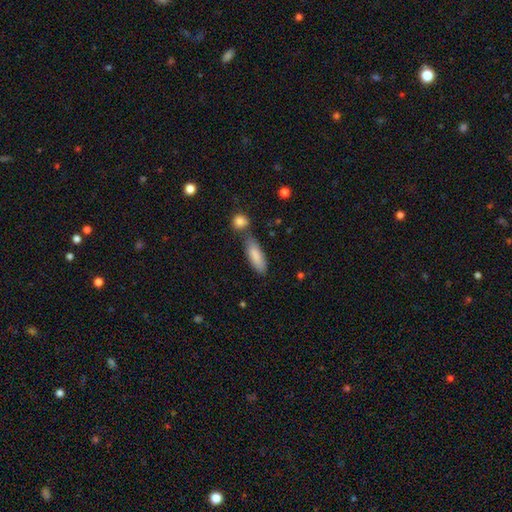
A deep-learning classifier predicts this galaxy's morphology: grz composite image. It shows a smooth galaxy with no disk features (85%) that is in between round and cigar-shaped (62%). Merging: none (63%).